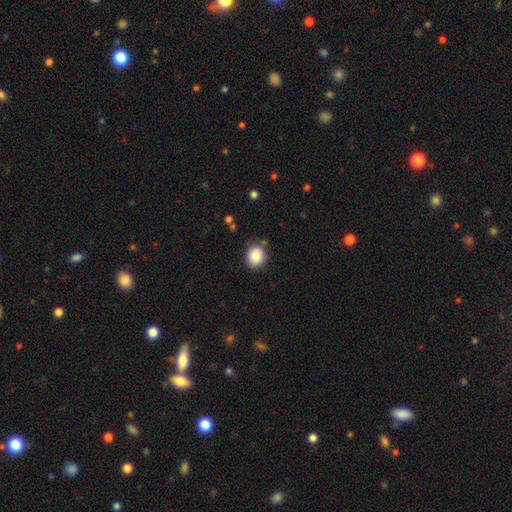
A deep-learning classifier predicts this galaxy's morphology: The model was most divided on "how rounded": round: 65%, in between: 34%, cigar-shaped: 1%. More confident: smooth or featured — smooth (87%); merging — none (81%).